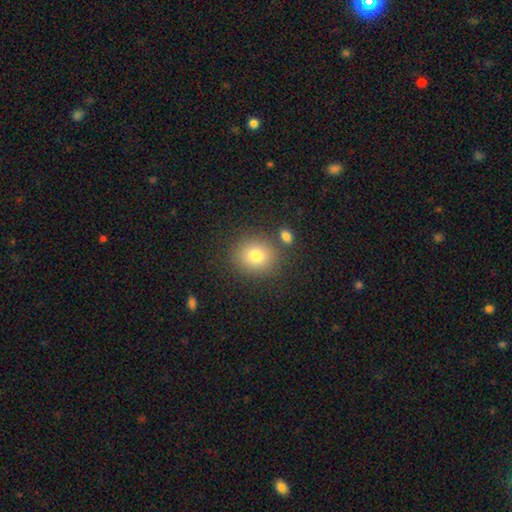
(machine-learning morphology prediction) smooth-or-featured: smooth: 79% | star or artifact: 11% | featured or disk: 10%
  how-rounded: round: 74% | in between: 25% | cigar-shaped: 1%
  merging: none: 80% | minor disturbance: 10% | merger: 8% | major disturbance: 3%